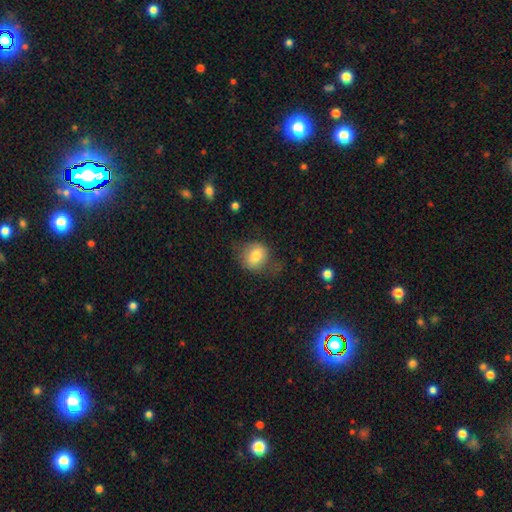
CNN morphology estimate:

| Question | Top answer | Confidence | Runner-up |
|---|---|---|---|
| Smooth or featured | smooth | 75% | featured or disk (17%) |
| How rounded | round | 65% | in between (34%) |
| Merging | none | 56% | minor disturbance (26%) |